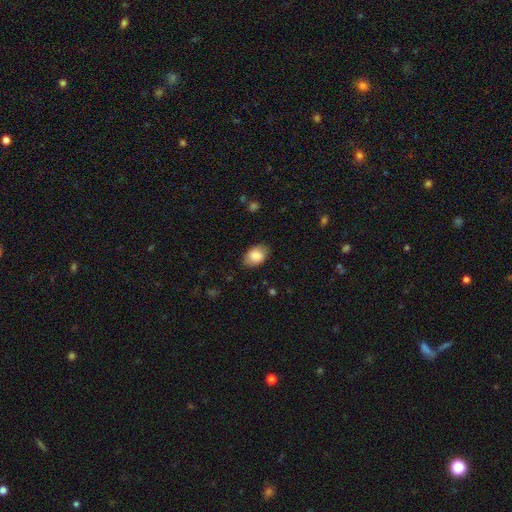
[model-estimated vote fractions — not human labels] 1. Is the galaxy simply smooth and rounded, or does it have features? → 85% smooth, 8% featured or disk, 7% star or artifact.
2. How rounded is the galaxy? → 81% in between, 18% round, 1% cigar-shaped.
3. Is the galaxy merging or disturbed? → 80% none, 15% minor disturbance, 3% major disturbance, 1% merger.